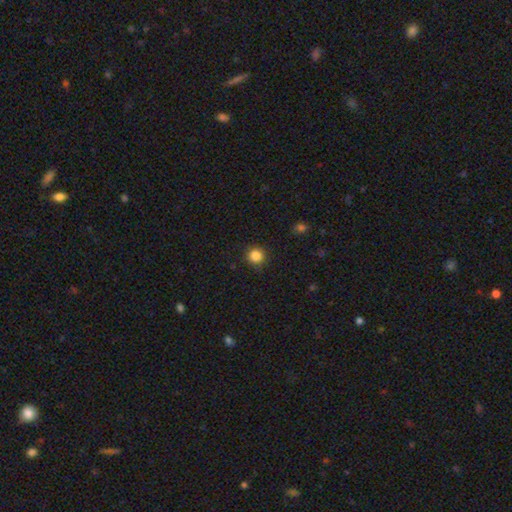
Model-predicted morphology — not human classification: This appears to be a smooth galaxy with no disk features (85%) that is round (94%). Merging: none (88%).